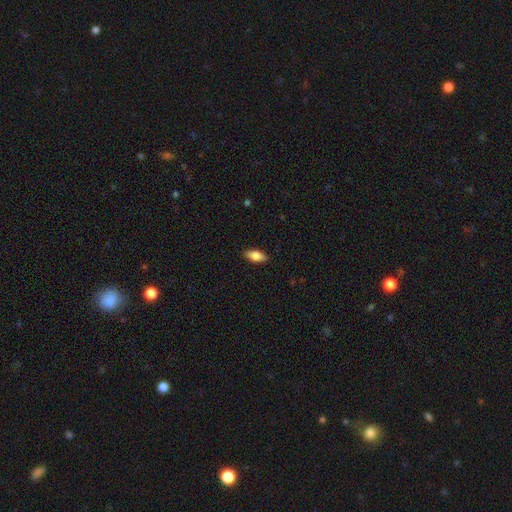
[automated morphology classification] Q: Smooth or featured?
A: smooth (76%); runner-up: featured or disk (17%)
Q: How rounded?
A: in between (83%); runner-up: cigar-shaped (13%)
Q: Merging?
A: none (88%); runner-up: minor disturbance (9%)